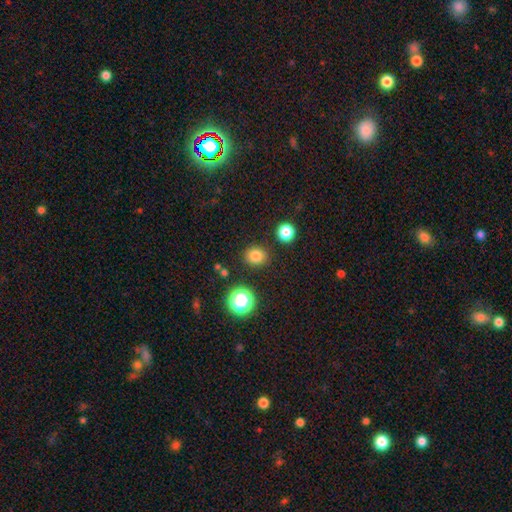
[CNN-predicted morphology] Overall: smooth (80%). How rounded: round (76%). Merging: none (87%).